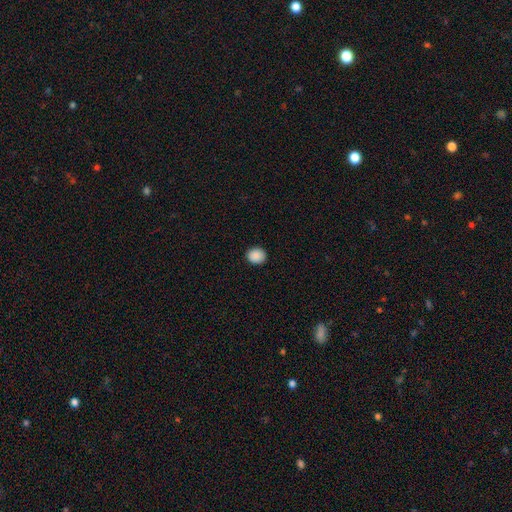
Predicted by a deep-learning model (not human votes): smooth-or-featured: smooth: 89% | star or artifact: 8% | featured or disk: 2%
  how-rounded: round: 73% | in between: 26% | cigar-shaped: 1%
  merging: none: 91% | minor disturbance: 6% | major disturbance: 2% | merger: 1%